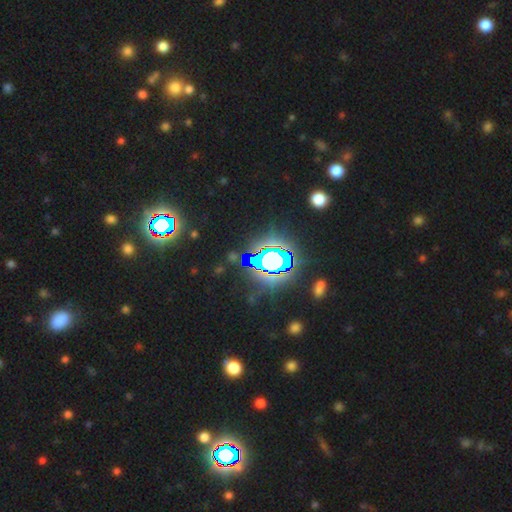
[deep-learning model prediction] Overall: star or artifact (84%).